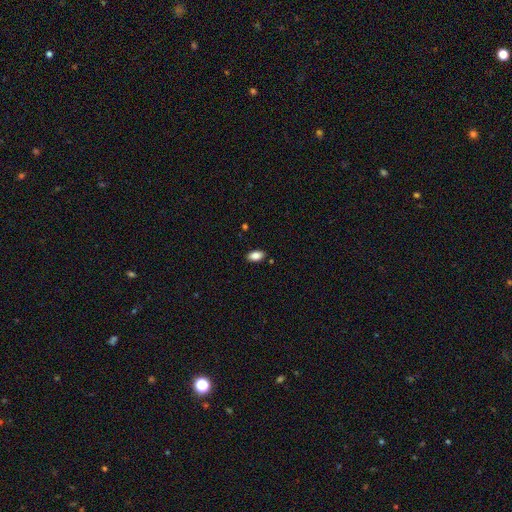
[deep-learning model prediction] Overall: smooth (85%). How rounded: in between (93%). Merging: none (87%).